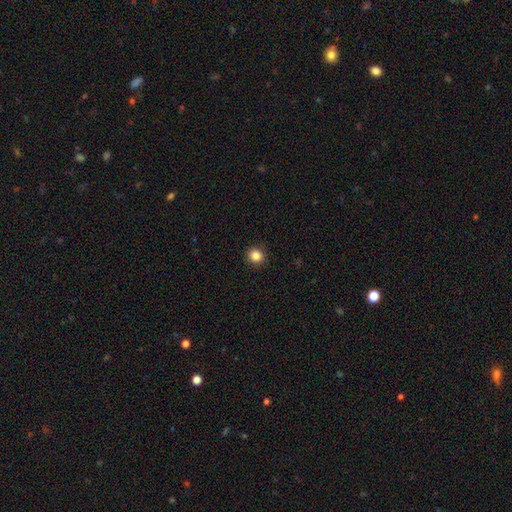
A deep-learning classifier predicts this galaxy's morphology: The model was most divided on "smooth or featured": smooth: 85%, star or artifact: 11%, featured or disk: 4%. More confident: how rounded — round (93%); merging — none (93%).